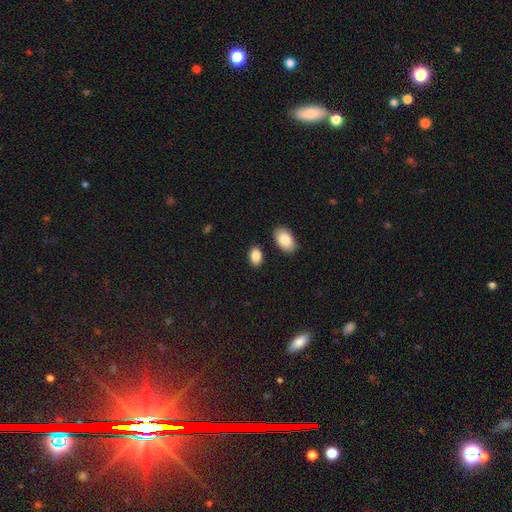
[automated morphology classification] Smooth or featured? Predicted: smooth (p=0.87). How rounded? Predicted: in between (p=0.87). Merging? Predicted: none (p=0.82).